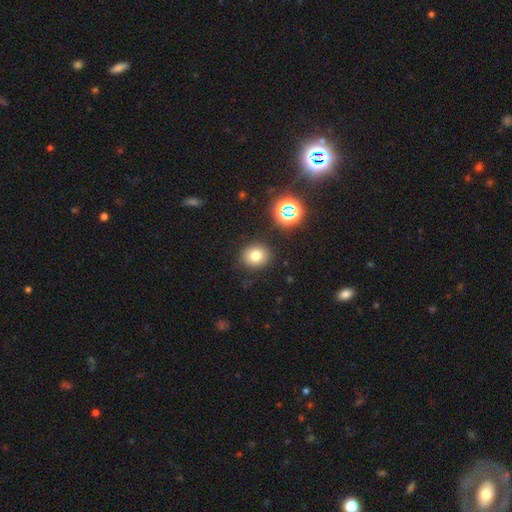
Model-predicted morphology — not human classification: The model was most divided on "how rounded": round: 77%, in between: 22%, cigar-shaped: 1%. More confident: merging — none (87%); smooth or featured — smooth (75%).